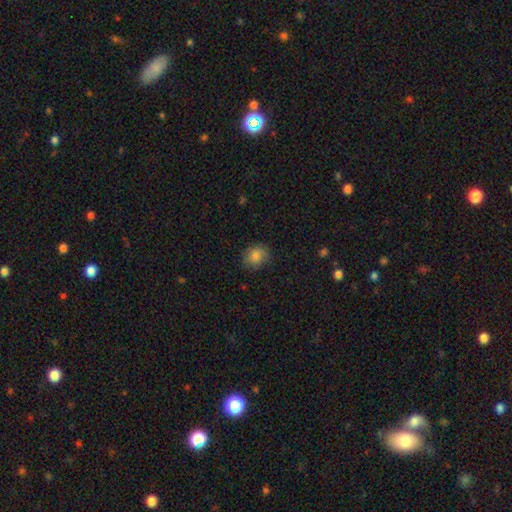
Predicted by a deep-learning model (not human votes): This appears to be a smooth galaxy with no disk features (84%) that is round (62%). Merging: none (82%).